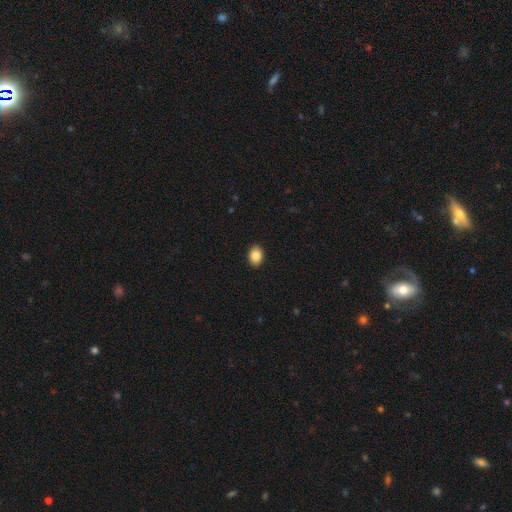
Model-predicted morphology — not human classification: This appears to be a smooth galaxy with no disk features (86%) that is in between round and cigar-shaped (70%). Merging: none (91%).